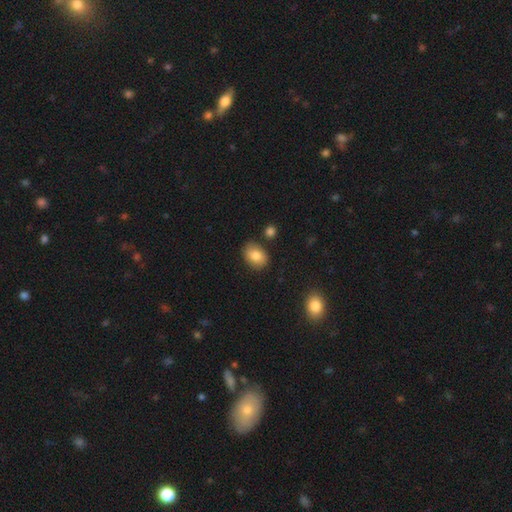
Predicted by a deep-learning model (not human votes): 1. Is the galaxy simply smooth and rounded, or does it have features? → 83% smooth, 9% featured or disk, 8% star or artifact.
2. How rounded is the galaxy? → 71% in between, 28% round, 1% cigar-shaped.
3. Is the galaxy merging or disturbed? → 80% none, 13% minor disturbance, 4% merger, 3% major disturbance.